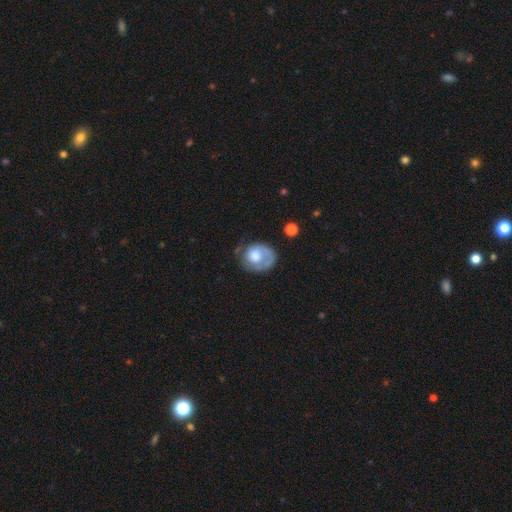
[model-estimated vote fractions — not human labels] Smooth or featured? Predicted: smooth (p=0.51). How rounded? Predicted: round (p=0.64). Merging? Predicted: none (p=0.49).